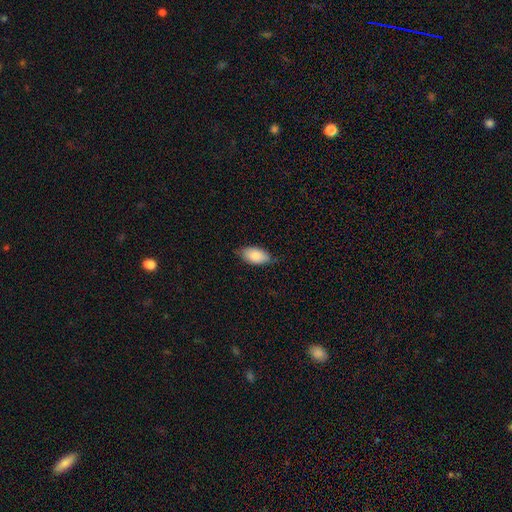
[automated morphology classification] Smooth or featured?
  - smooth: 85% *
  - featured or disk: 9%
  - star or artifact: 6%
How rounded?
  - in between: 94% *
  - cigar-shaped: 4%
  - round: 3%
Merging?
  - none: 75% *
  - minor disturbance: 21%
  - major disturbance: 3%
  - merger: 1%